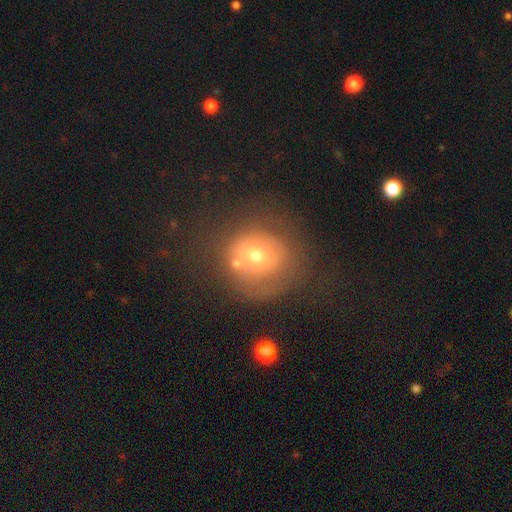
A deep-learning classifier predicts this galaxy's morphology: Smooth or featured? Predicted: smooth (p=0.57). How rounded? Predicted: round (p=0.84). Merging? Predicted: none (p=0.52).